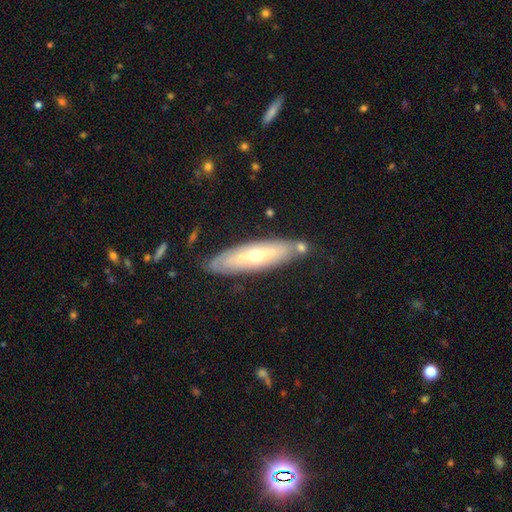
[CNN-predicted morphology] type=featured or disk (59%); edge-on=no (58%); merging=none (76%).